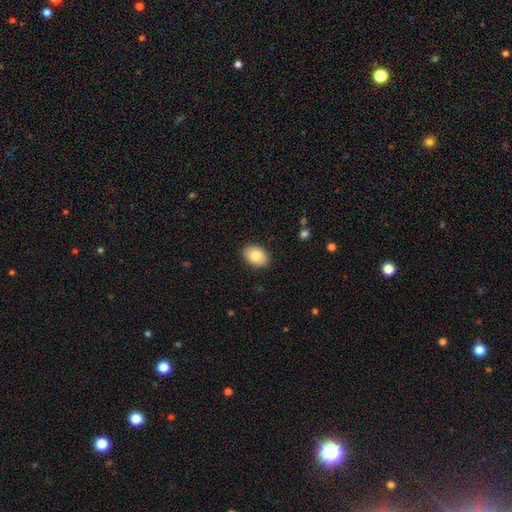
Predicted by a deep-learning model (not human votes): Overall: smooth (84%). How rounded: in between (81%). Merging: none (89%).